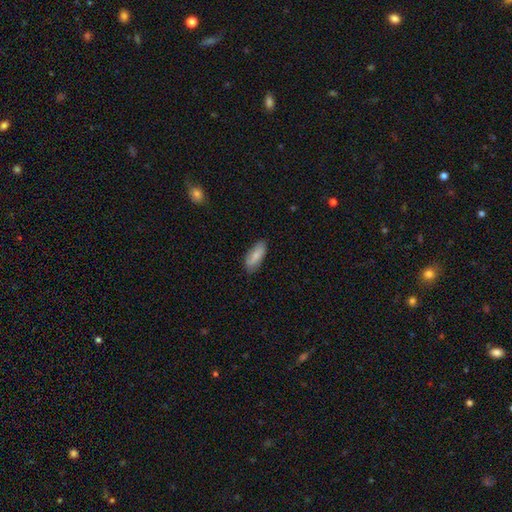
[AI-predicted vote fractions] A smooth galaxy with no disk features (75%) that is in between round and cigar-shaped (78%). Merging: none (82%).